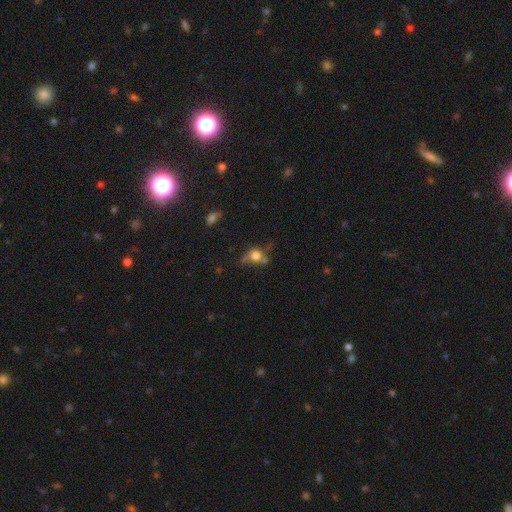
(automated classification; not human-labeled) Overall: smooth (49%; featured or disk 36%). Merging: none (45%; minor disturbance 22%).